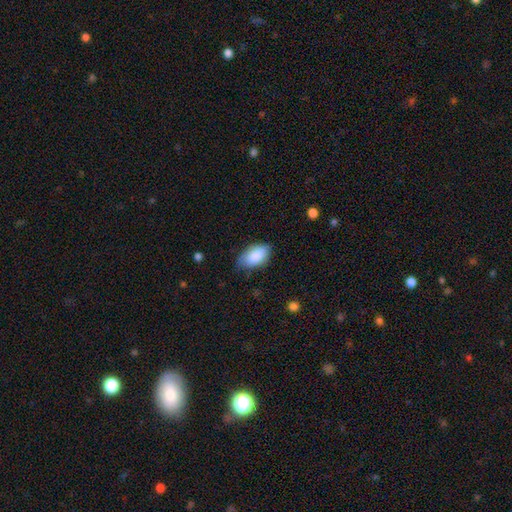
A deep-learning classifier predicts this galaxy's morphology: smooth_or_featured: smooth (p=0.85) [alt: featured or disk p=0.08]
how_rounded: in between (p=0.94) [alt: round p=0.04]
merging: none (p=0.69) [alt: minor disturbance p=0.25]